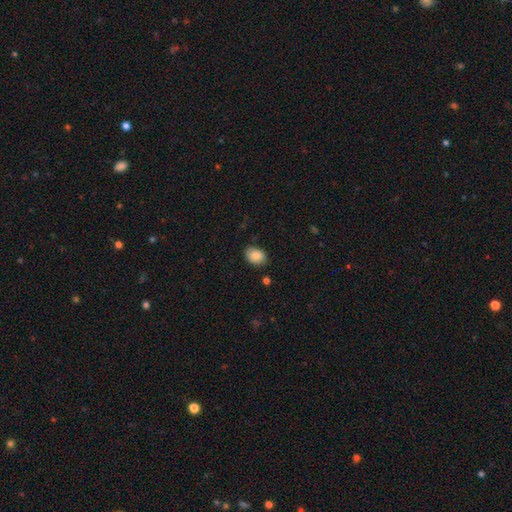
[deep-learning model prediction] smooth_or_featured: smooth (p=0.85) [alt: star or artifact p=0.08]
how_rounded: in between (p=0.72) [alt: round p=0.27]
merging: none (p=0.82) [alt: minor disturbance p=0.13]